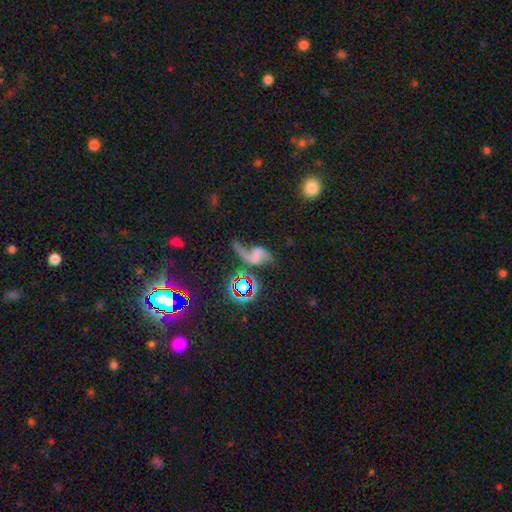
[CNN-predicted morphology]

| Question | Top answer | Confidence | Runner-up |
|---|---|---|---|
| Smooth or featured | featured or disk | 63% | star or artifact (19%) |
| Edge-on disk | no | 96% | yes (4%) |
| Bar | no | 51% | weak (30%) |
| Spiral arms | yes | 84% | no (16%) |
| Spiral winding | loose | 85% | medium (11%) |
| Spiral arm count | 2 | 71% | 1 (24%) |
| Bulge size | none | 58% | small (17%) |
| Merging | none | 34% | tied: major disturbance (34%) |